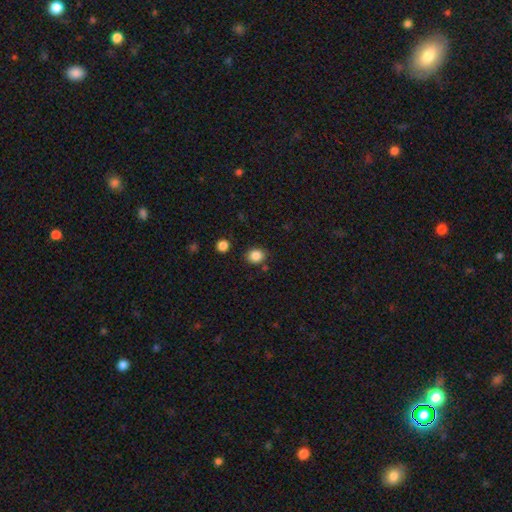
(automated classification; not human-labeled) smooth-or-featured: smooth: 86% | star or artifact: 10% | featured or disk: 4%
  how-rounded: round: 64% | in between: 35% | cigar-shaped: 1%
  merging: none: 83% | minor disturbance: 10% | merger: 4% | major disturbance: 3%